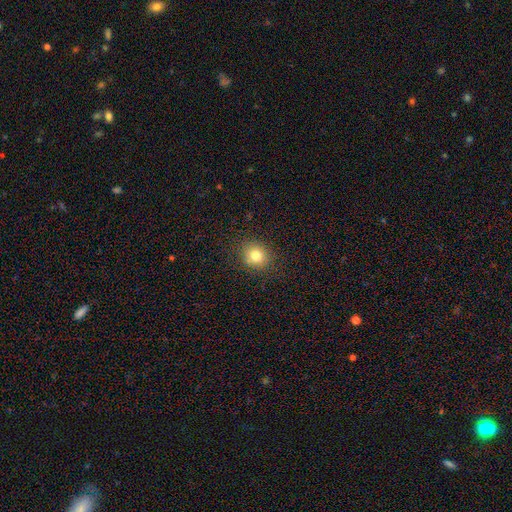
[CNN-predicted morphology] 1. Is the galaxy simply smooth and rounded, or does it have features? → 79% smooth, 13% star or artifact, 8% featured or disk.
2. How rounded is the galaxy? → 79% round, 20% in between, 1% cigar-shaped.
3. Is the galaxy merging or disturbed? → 87% none, 9% minor disturbance, 3% major disturbance, 2% merger.